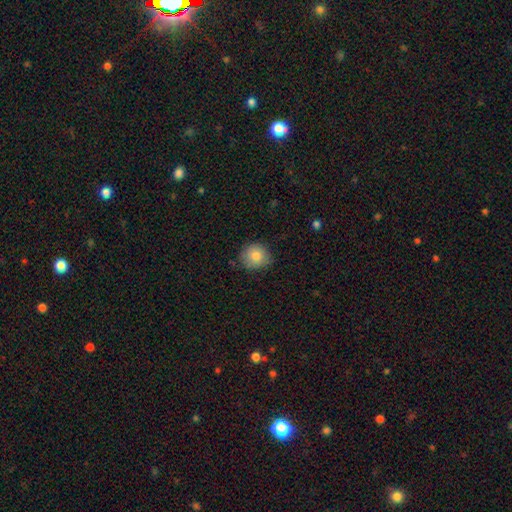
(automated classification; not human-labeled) Overall: smooth (83%). How rounded: round (86%). Merging: none (78%).